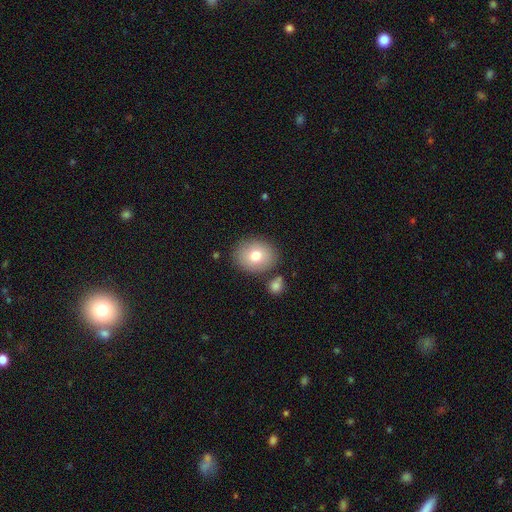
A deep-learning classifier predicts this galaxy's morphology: Overall: smooth (77%). How rounded: round (60%; in between 40%). Merging: none (78%).